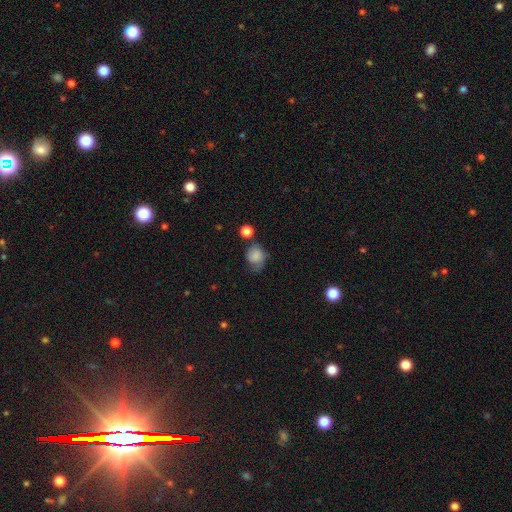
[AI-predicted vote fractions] Smooth or featured?
  - smooth: 77% *
  - featured or disk: 14%
  - star or artifact: 10%
How rounded?
  - round: 67% *
  - in between: 32%
  - cigar-shaped: 1%
Merging?
  - none: 45% *
  - minor disturbance: 32%
  - major disturbance: 15%
  - merger: 8%